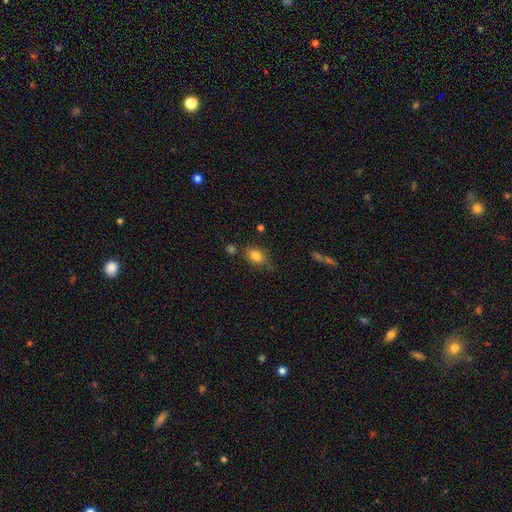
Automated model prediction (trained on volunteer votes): The model was most divided on "how rounded": in between: 67%, round: 31%, cigar-shaped: 2%. More confident: smooth or featured — smooth (82%); merging — none (69%).